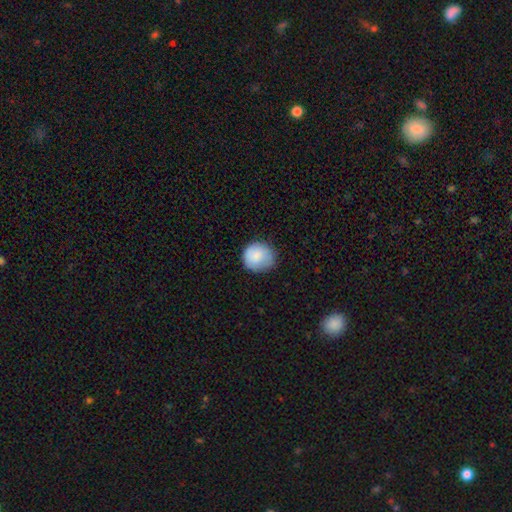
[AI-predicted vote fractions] smooth_or_featured: smooth (p=0.85) [alt: featured or disk p=0.08]
how_rounded: round (p=0.88) [alt: in between p=0.11]
merging: none (p=0.76) [alt: minor disturbance p=0.19]